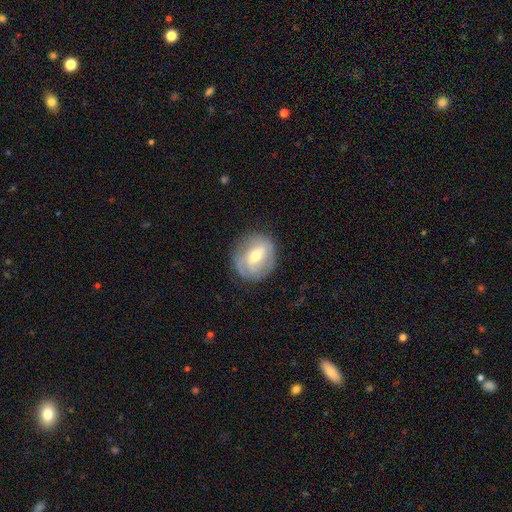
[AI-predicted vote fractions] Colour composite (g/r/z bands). It shows a featured or disk galaxy (58%) with a weak bar (46%), spiral arms (69%) and a moderate central bulge (63%). Merging: none (78%).